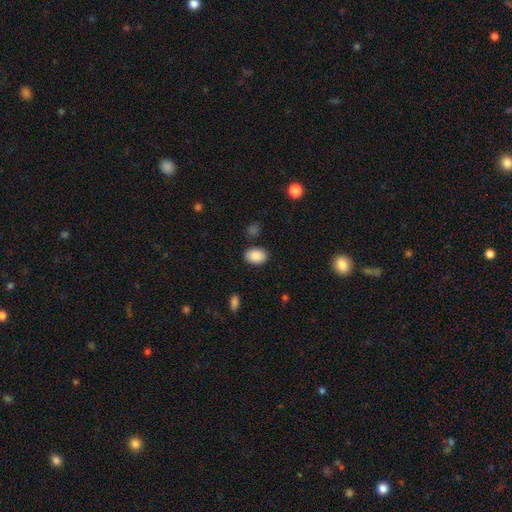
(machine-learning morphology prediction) type=smooth (87%); roundness=in between (82%); merging=none (86%).